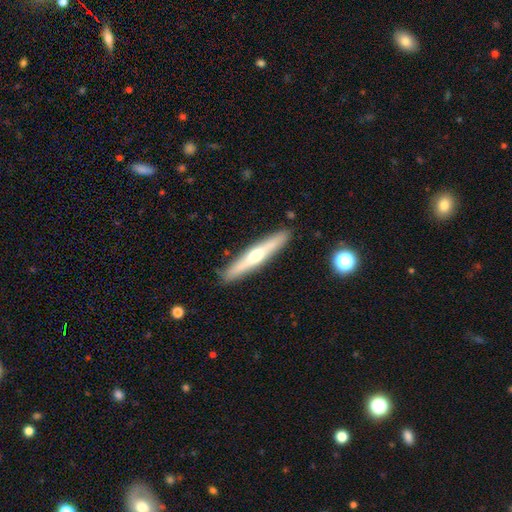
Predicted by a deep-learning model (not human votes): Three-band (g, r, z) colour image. It shows a featured or disk galaxy (57%) viewed edge-on (94%) with a rounded central bulge (87%). Merging: none (90%).